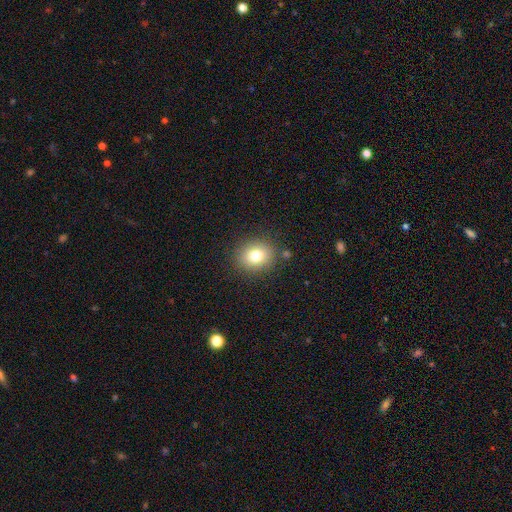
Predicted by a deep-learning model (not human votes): A smooth galaxy with no disk features (79%) that is round (67%).

Vote fractions:
- Smooth or featured? smooth: 79% / star or artifact: 11% / featured or disk: 9%
- How rounded? round: 67% / in between: 32% / cigar-shaped: 1%
- Merging? none: 85% / minor disturbance: 9% / major disturbance: 3% / merger: 3%